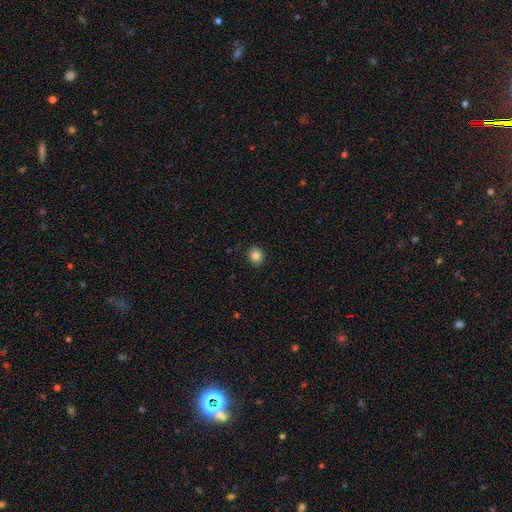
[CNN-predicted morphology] Q: Smooth or featured?
A: smooth (84%); runner-up: star or artifact (10%)
Q: How rounded?
A: round (78%); runner-up: in between (21%)
Q: Merging?
A: none (90%); runner-up: minor disturbance (7%)